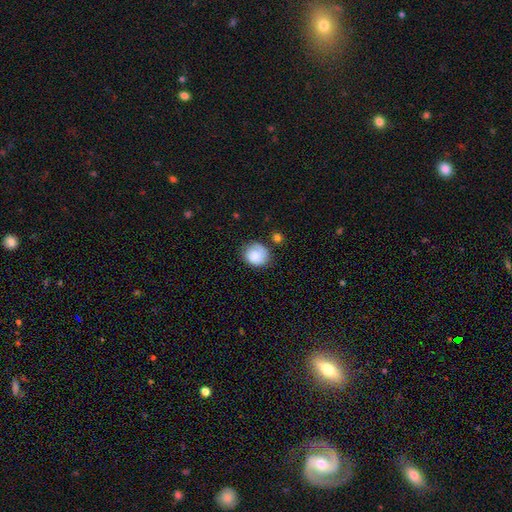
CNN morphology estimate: Smooth or featured?
  - smooth: 79% *
  - featured or disk: 14%
  - star or artifact: 8%
How rounded?
  - round: 76% *
  - in between: 23%
  - cigar-shaped: 1%
Merging?
  - none: 68% *
  - minor disturbance: 21%
  - major disturbance: 6%
  - merger: 5%